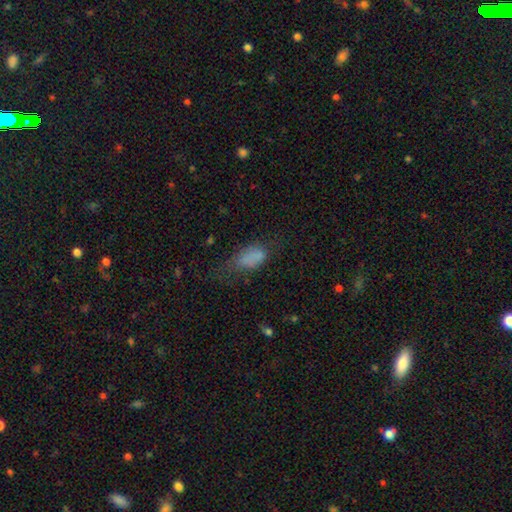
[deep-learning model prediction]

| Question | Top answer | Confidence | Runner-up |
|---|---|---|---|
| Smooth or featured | smooth | 71% | featured or disk (15%) |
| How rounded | in between | 85% | cigar-shaped (10%) |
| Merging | major disturbance | 34% | none (32%) |